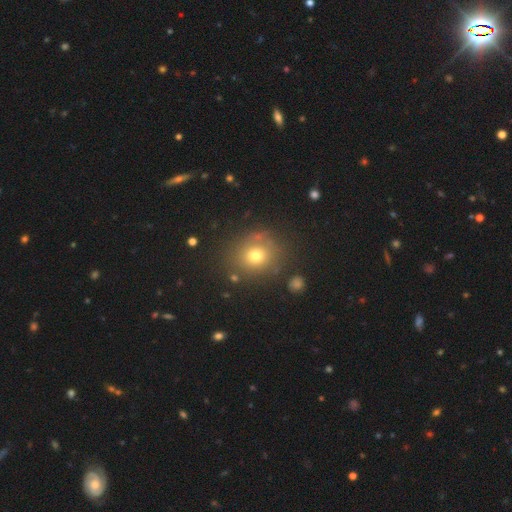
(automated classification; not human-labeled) The model was most divided on "smooth or featured": smooth: 70%, star or artifact: 17%, featured or disk: 13%. More confident: merging — none (80%); how rounded — round (80%).